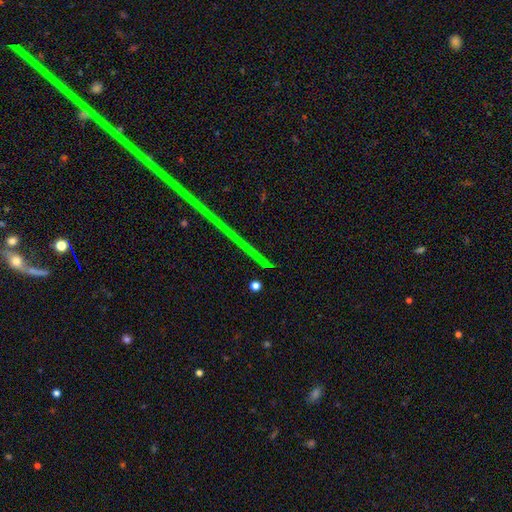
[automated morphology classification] Smooth or featured? Predicted: star or artifact (p=0.80).